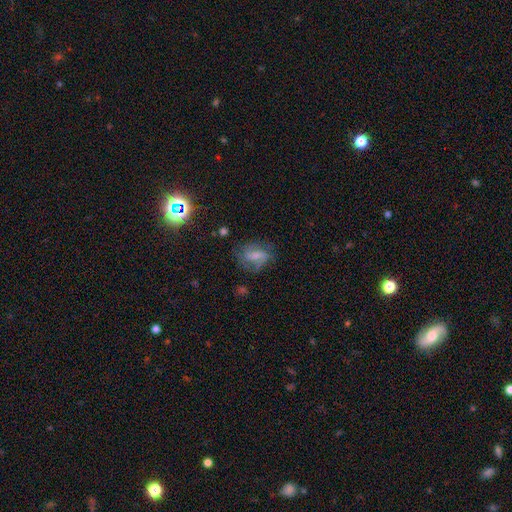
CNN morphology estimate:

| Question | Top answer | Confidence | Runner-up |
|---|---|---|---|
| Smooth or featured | featured or disk | 51% | smooth (38%) |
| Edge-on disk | no | 96% | yes (4%) |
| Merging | none | 54% | minor disturbance (24%) |